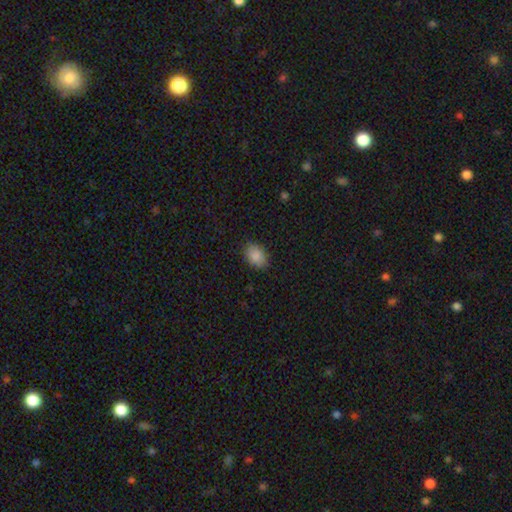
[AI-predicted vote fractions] Morphology: type=smooth (88%); roundness=in between (80%); merging=none (86%).